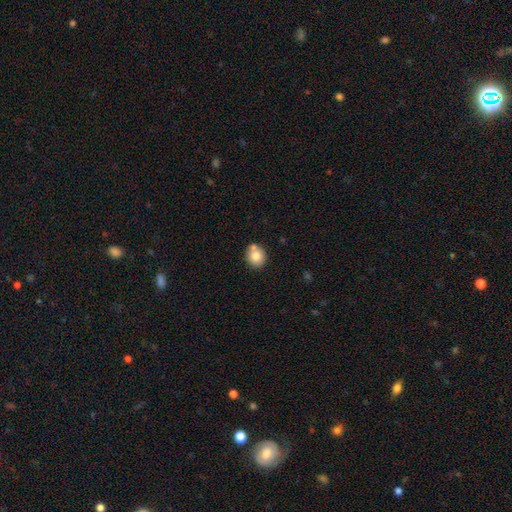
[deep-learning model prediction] This appears to be a smooth galaxy with no disk features (79%) that is round (81%). Merging: none (69%).